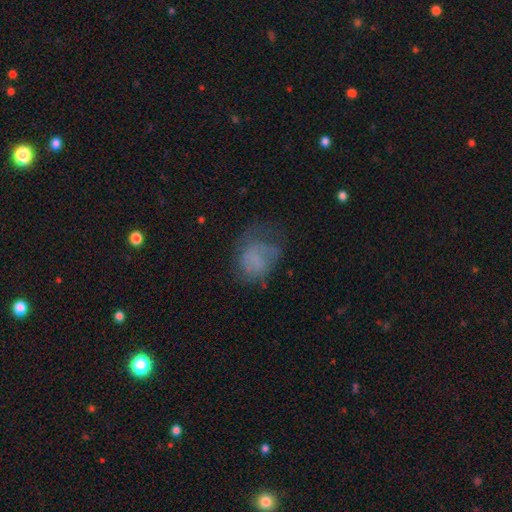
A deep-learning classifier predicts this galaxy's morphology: A smooth galaxy with no disk features (50%) that is in between round and cigar-shaped (56%). Merging: major disturbance (36%, tied with none).